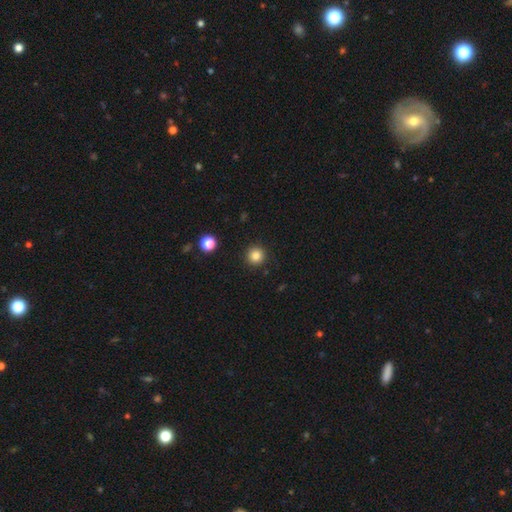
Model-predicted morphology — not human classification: The model was most divided on "smooth or featured": smooth: 84%, star or artifact: 12%, featured or disk: 4%. More confident: how rounded — round (95%); merging — none (91%).